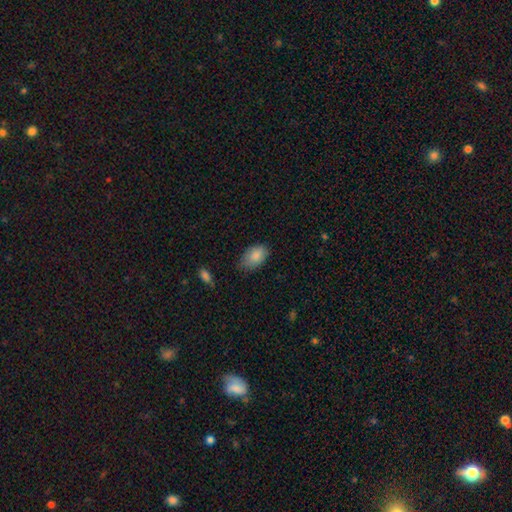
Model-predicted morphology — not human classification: smooth_or_featured: smooth (p=0.86) [alt: star or artifact p=0.07]
how_rounded: in between (p=0.90) [alt: round p=0.08]
merging: none (p=0.70) [alt: minor disturbance p=0.24]